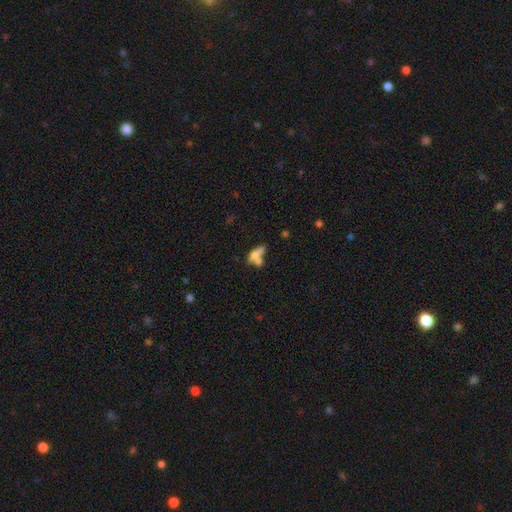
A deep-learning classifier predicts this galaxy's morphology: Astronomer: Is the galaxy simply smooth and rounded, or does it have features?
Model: smooth — 58%.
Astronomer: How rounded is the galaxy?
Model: in between — 61%.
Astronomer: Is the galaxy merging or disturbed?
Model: merger — 52% (runner-up: none, 28%).